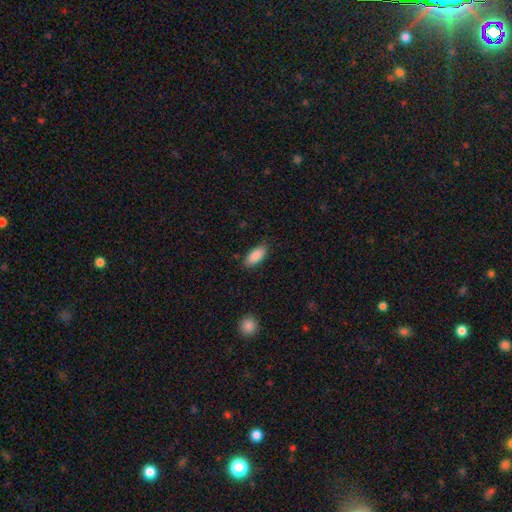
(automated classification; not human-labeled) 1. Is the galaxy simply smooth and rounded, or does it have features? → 88% smooth, 6% star or artifact, 6% featured or disk.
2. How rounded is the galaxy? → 85% in between, 13% cigar-shaped, 2% round.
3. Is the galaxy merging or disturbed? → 84% none, 12% minor disturbance, 3% major disturbance, 1% merger.